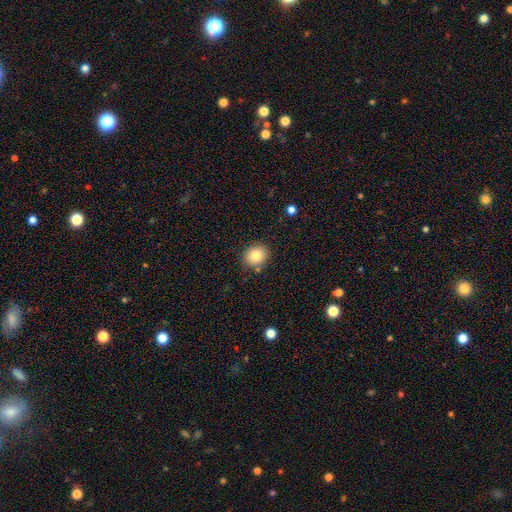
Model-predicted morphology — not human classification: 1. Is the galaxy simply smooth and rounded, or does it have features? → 81% smooth, 10% star or artifact, 8% featured or disk.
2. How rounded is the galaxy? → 74% round, 25% in between, 1% cigar-shaped.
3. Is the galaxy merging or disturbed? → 84% none, 10% minor disturbance, 4% merger, 2% major disturbance.